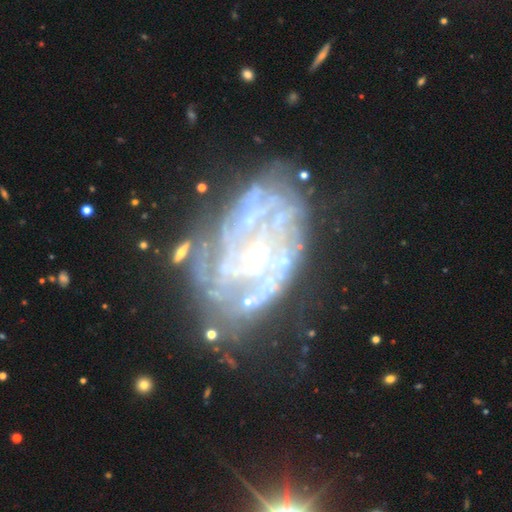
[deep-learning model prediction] A featured or disk galaxy (80%) with no bar (77%), tight (59%) spiral arms (73%) and a small central bulge (80%). Merging: none (49%).